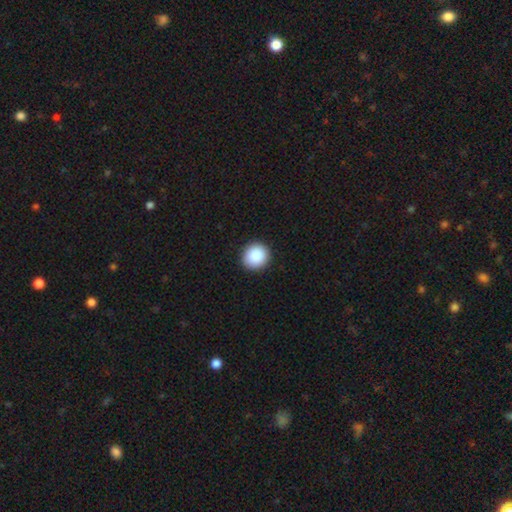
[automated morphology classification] A smooth galaxy with no disk features (87%) that is round (89%).

Vote fractions:
- Smooth or featured? smooth: 87% / star or artifact: 8% / featured or disk: 4%
- How rounded? round: 89% / in between: 10% / cigar-shaped: 1%
- Merging? none: 93% / minor disturbance: 5% / major disturbance: 1% / merger: 1%